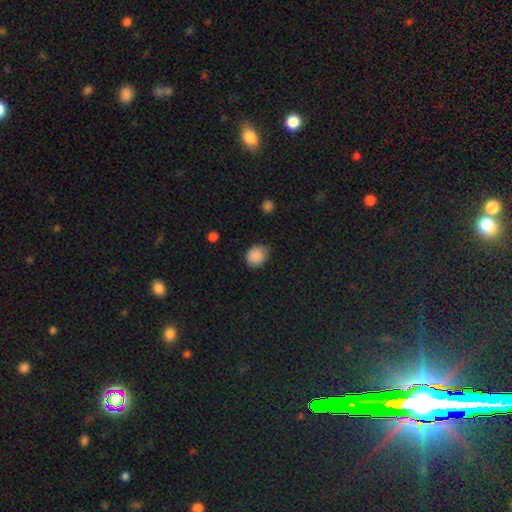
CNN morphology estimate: smooth-or-featured: smooth: 88% | star or artifact: 8% | featured or disk: 4%
  how-rounded: round: 62% | in between: 37% | cigar-shaped: 1%
  merging: none: 74% | minor disturbance: 21% | major disturbance: 4% | merger: 1%